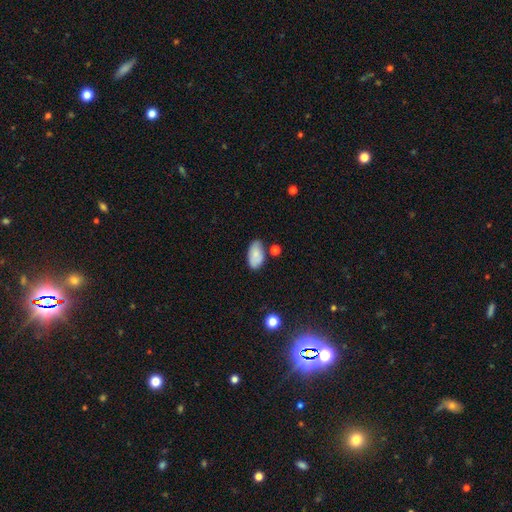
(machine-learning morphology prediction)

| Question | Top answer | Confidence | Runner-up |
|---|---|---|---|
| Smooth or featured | smooth | 78% | featured or disk (14%) |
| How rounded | in between | 94% | round (4%) |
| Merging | none | 67% | minor disturbance (22%) |